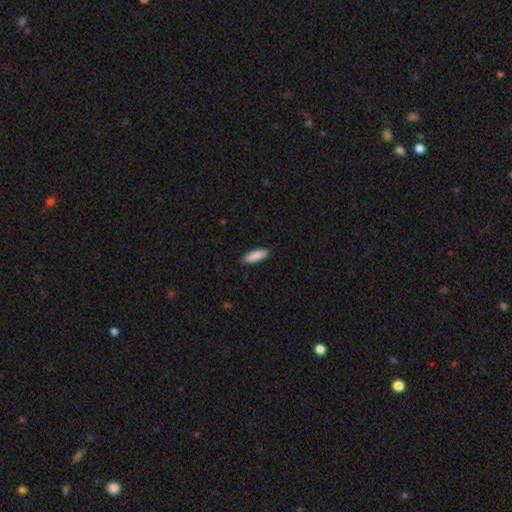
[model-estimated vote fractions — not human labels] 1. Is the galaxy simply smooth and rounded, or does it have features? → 90% smooth, 6% star or artifact, 5% featured or disk.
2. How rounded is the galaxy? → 52% in between, 47% cigar-shaped, 2% round.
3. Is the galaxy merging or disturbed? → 90% none, 8% minor disturbance, 2% major disturbance, 1% merger.